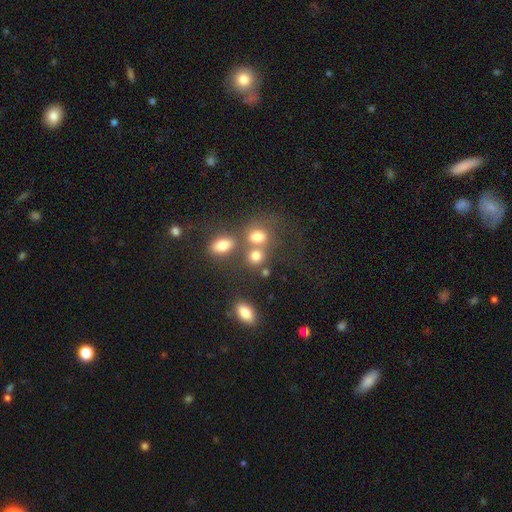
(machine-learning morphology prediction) Smooth or featured? Predicted: smooth (p=0.75). How rounded? Predicted: round (p=0.63). Merging? Predicted: none (p=0.44).